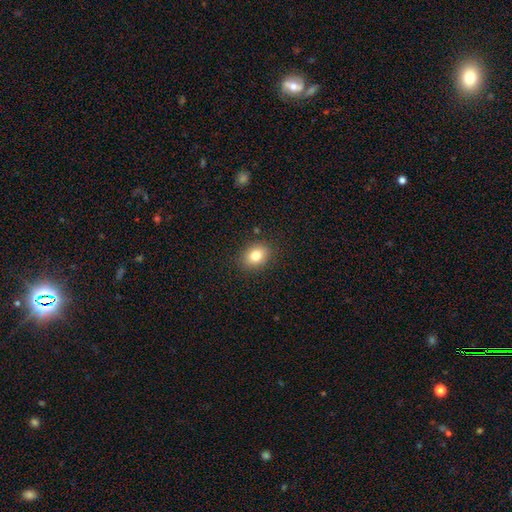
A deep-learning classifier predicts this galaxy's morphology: The model was most divided on "how rounded": in between: 59%, round: 40%, cigar-shaped: 1%. More confident: merging — none (87%); smooth or featured — smooth (81%).